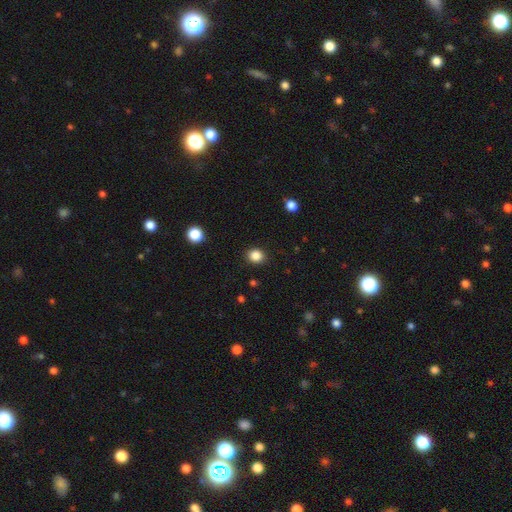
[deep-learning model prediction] Smooth or featured? Predicted: smooth (p=0.85). How rounded? Predicted: round (p=0.73). Merging? Predicted: none (p=0.90).